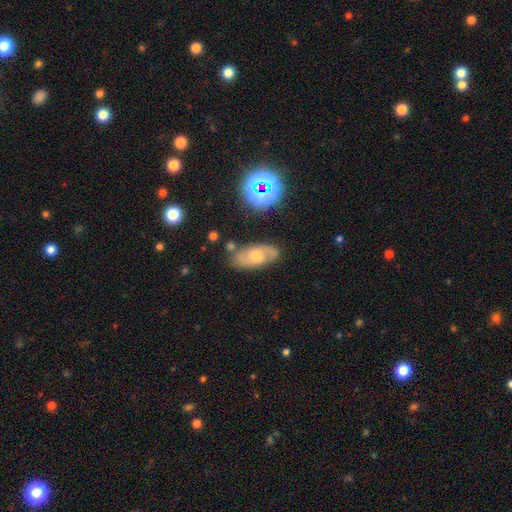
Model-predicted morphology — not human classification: Smooth or featured? Predicted: featured or disk (p=0.60). Edge-on disk? Predicted: no (p=0.92). Bar? Predicted: no (p=0.56). Spiral arms? Predicted: yes (p=0.86). Bulge size? Predicted: moderate (p=0.48). Merging? Predicted: none (p=0.72).